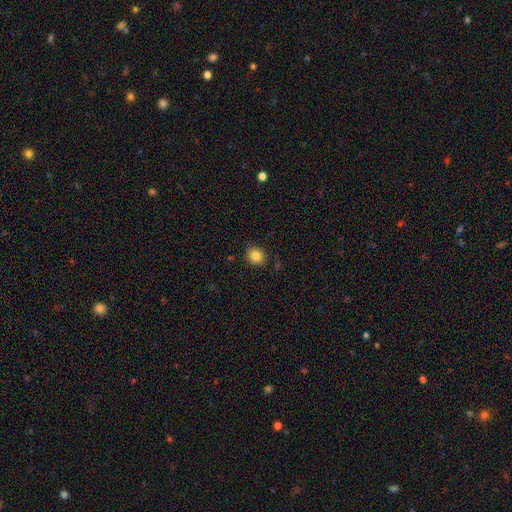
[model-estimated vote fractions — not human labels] Morphology: type=smooth (84%); roundness=round (75%); merging=none (82%).